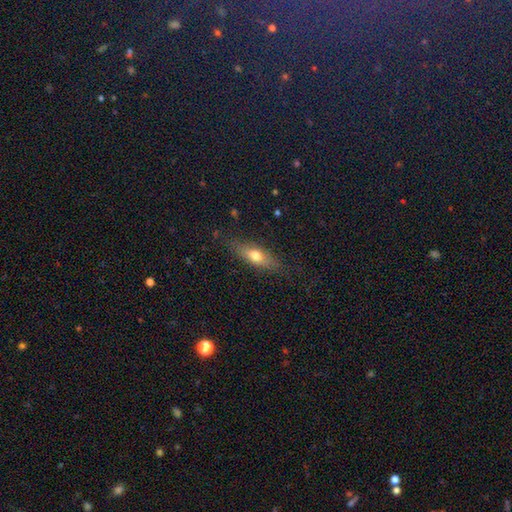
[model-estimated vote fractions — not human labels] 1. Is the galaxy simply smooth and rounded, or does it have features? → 62% smooth, 30% featured or disk, 8% star or artifact.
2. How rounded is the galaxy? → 54% in between, 42% cigar-shaped, 4% round.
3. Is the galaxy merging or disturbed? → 82% none, 13% minor disturbance, 4% major disturbance, 1% merger.